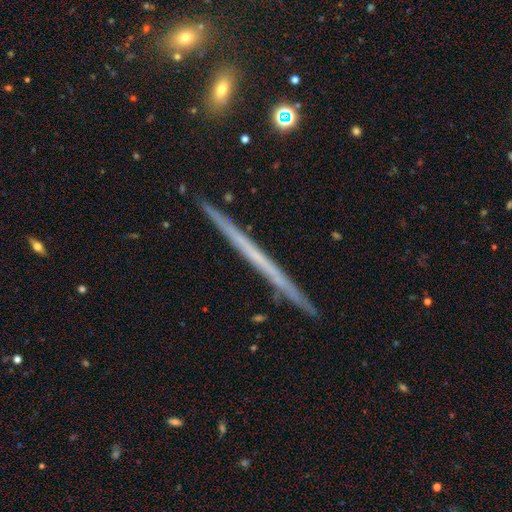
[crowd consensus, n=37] This is likely a featured or disk galaxy (62%). It is clearly viewed edge-on (100%). Edge-on bulge: clearly none (96%). Merging: clearly none (97%).